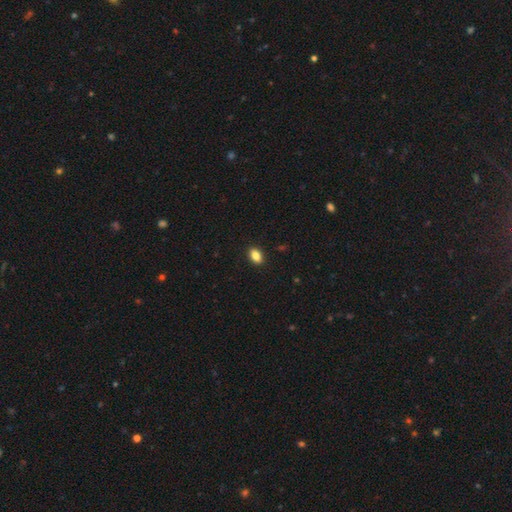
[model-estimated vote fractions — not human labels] Smooth or featured? smooth (86%)
How rounded? in between (84%)
Merging? none (90%)